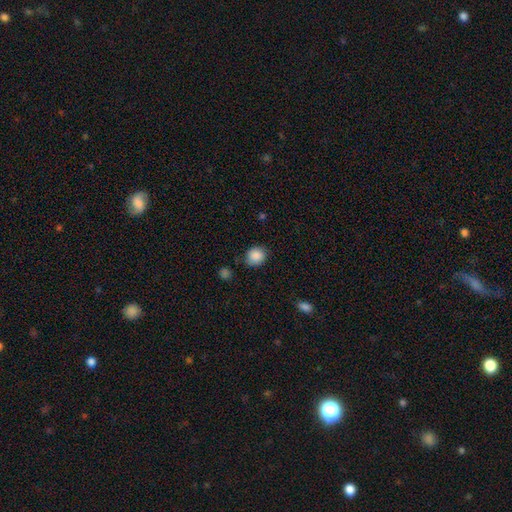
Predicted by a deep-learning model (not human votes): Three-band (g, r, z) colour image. It shows a smooth galaxy with no disk features (88%) that is round (75%). Merging: none (78%).